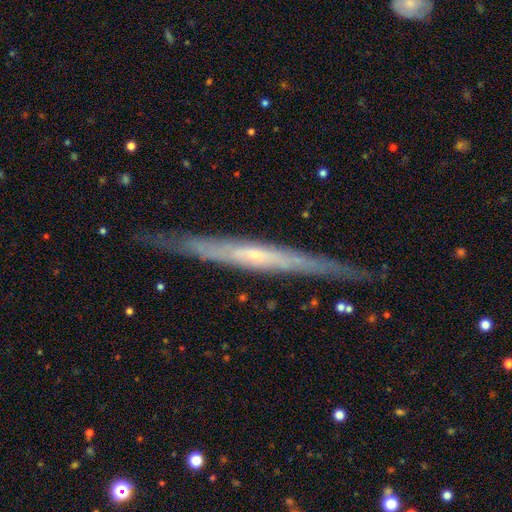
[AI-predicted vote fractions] This is likely a featured or disk galaxy (76%). It is clearly viewed edge-on (92%). Edge-on bulge: likely none (61%). Merging: clearly none (85%).